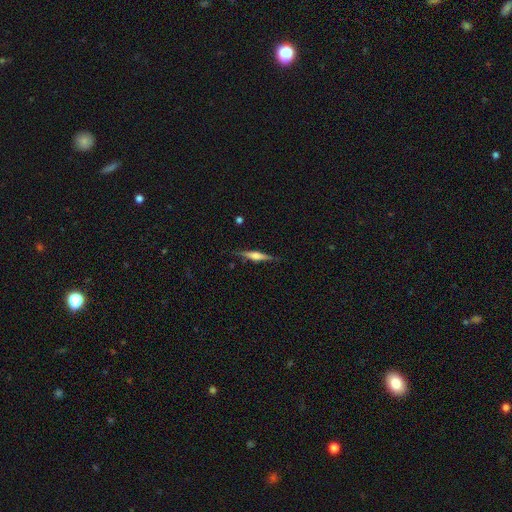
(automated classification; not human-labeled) smooth_or_featured: featured or disk (p=0.63) [alt: smooth p=0.30]
disk_edge_on: yes (p=0.97) [alt: no p=0.03]
edge_on_bulge: rounded (p=0.69) [alt: boxy p=0.23]
merging: none (p=0.85) [alt: minor disturbance p=0.11]